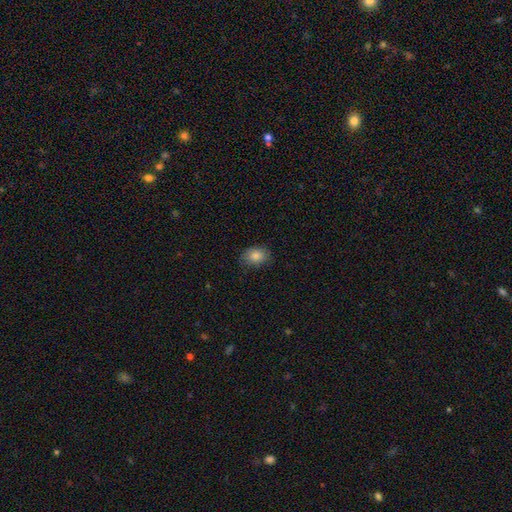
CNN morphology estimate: type=smooth (84%); roundness=in between (72%); merging=none (79%).